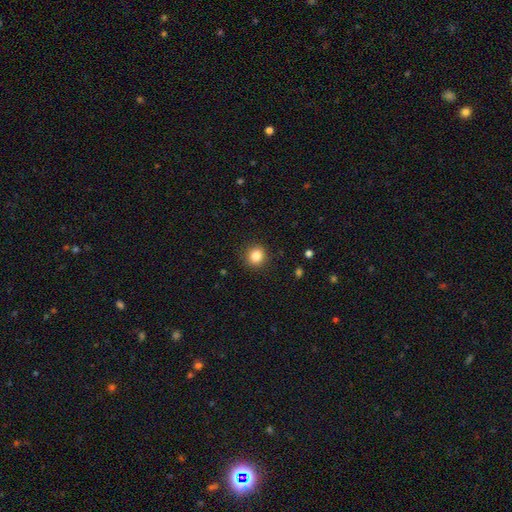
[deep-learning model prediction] The model was most divided on "smooth or featured": smooth: 84%, star or artifact: 11%, featured or disk: 5%. More confident: merging — none (90%); how rounded — round (89%).